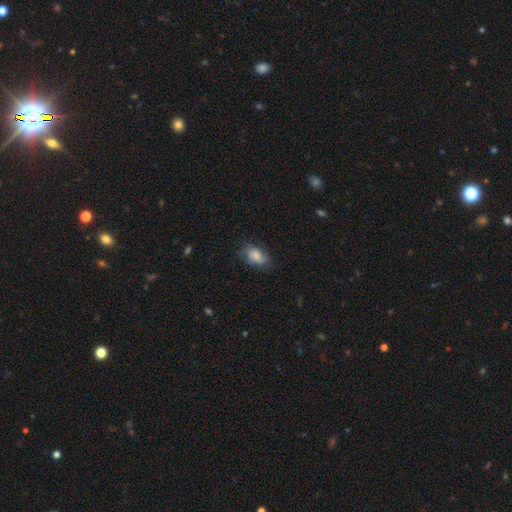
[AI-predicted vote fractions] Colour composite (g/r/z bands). It shows a smooth galaxy with no disk features (78%) that is in between round and cigar-shaped (88%). Merging: none (68%).